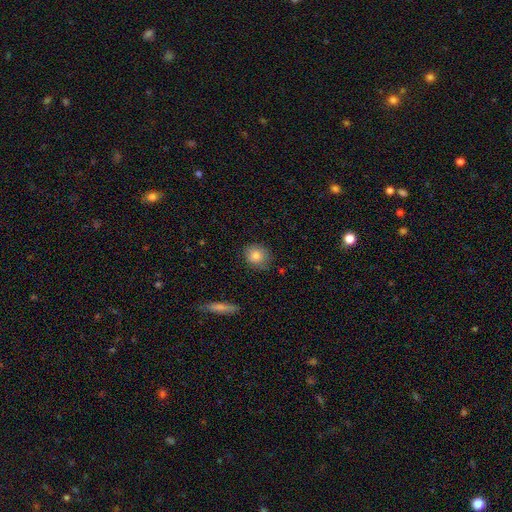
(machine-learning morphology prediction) Q: Smooth or featured?
A: smooth (83%); runner-up: featured or disk (9%)
Q: How rounded?
A: round (72%); runner-up: in between (27%)
Q: Merging?
A: none (78%); runner-up: minor disturbance (17%)